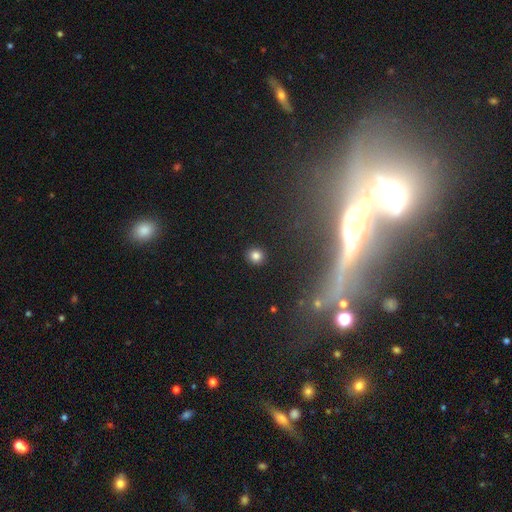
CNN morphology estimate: type=smooth (82%); roundness=round (89%); merging=none (92%).